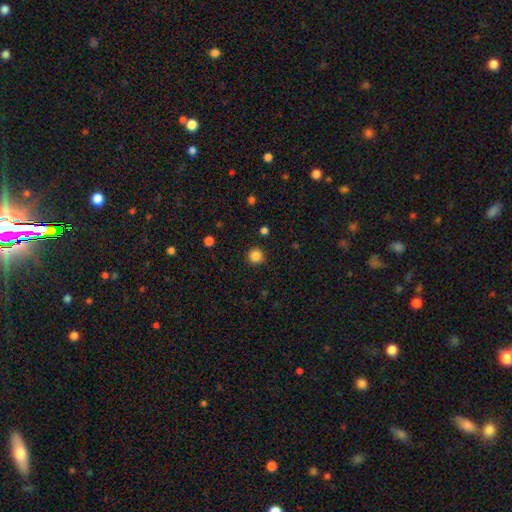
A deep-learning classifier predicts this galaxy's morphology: smooth_or_featured: smooth (p=0.85) [alt: star or artifact p=0.11]
how_rounded: round (p=0.95) [alt: in between p=0.04]
merging: none (p=0.91) [alt: minor disturbance p=0.05]